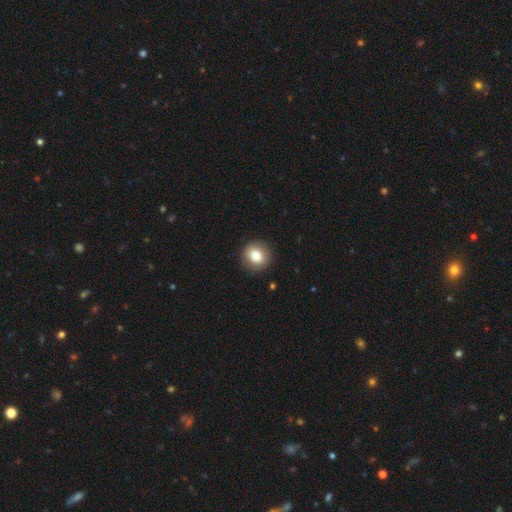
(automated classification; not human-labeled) Smooth or featured: smooth — 80% (featured or disk — 11%)
How rounded: round — 91% (in between — 8%)
Merging: none — 91% (minor disturbance — 6%)